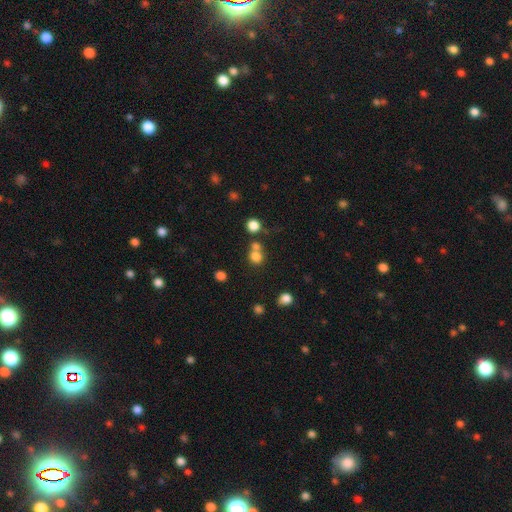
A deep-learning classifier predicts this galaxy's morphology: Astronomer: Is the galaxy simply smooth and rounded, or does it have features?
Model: smooth — 77%.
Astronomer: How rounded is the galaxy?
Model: round — 82%.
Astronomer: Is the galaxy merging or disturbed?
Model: none — 50% (runner-up: merger, 39%).